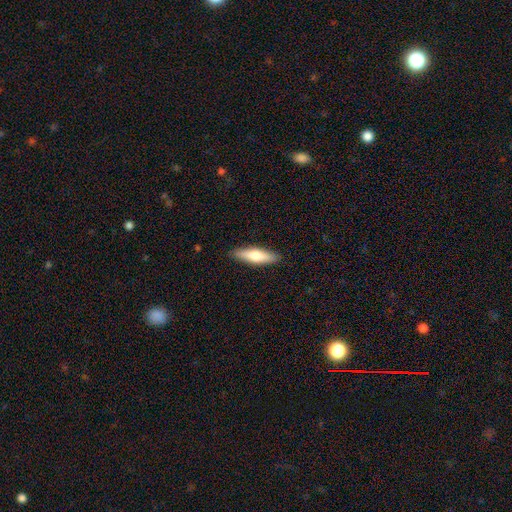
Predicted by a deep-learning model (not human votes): This is likely a smooth galaxy (64%). How rounded: likely cigar-shaped (66%). Merging: clearly none (90%).